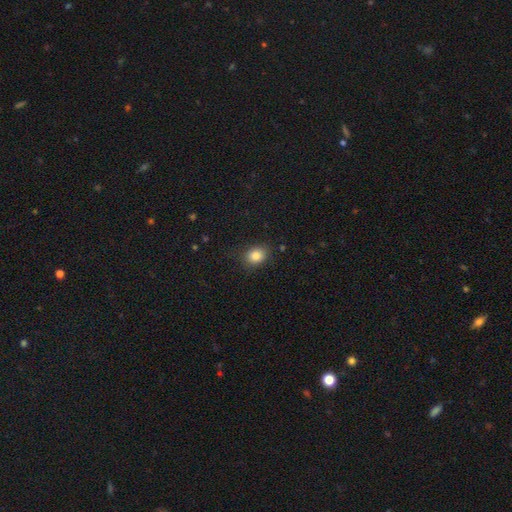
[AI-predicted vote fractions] This appears to be a smooth galaxy with no disk features (84%) that is in between round and cigar-shaped (52%). Merging: none (82%).